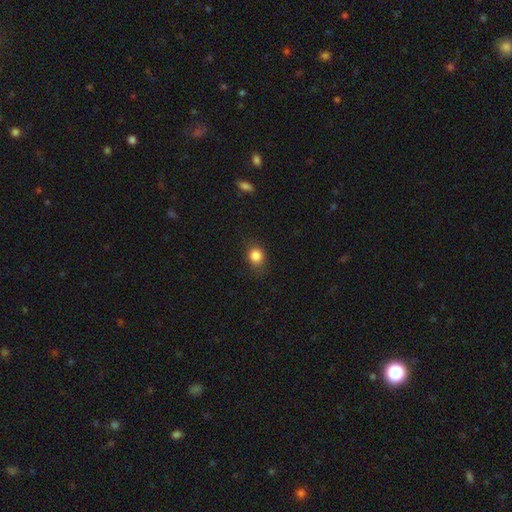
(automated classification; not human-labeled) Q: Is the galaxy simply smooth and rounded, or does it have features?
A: smooth — 84%.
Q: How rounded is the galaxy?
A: round — 65%.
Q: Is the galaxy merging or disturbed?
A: none — 79%.